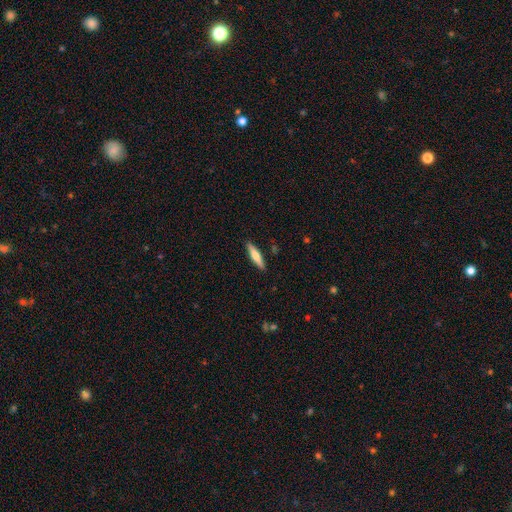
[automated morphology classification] Smooth or featured? smooth (62%)
How rounded? cigar-shaped (79%)
Merging? none (90%)